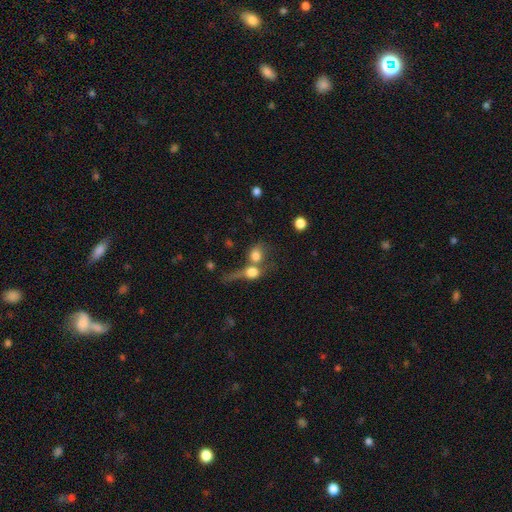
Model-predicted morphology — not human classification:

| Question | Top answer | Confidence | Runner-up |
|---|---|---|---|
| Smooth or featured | smooth | 73% | featured or disk (15%) |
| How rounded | round | 61% | in between (35%) |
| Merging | merger | 63% | none (20%) |